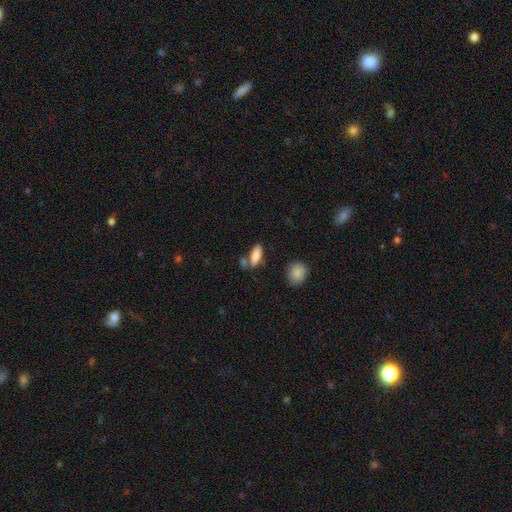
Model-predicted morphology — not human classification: smooth-or-featured: smooth: 82% | featured or disk: 10% | star or artifact: 7%
  how-rounded: in between: 65% | cigar-shaped: 32% | round: 3%
  merging: none: 64% | merger: 18% | minor disturbance: 14% | major disturbance: 4%